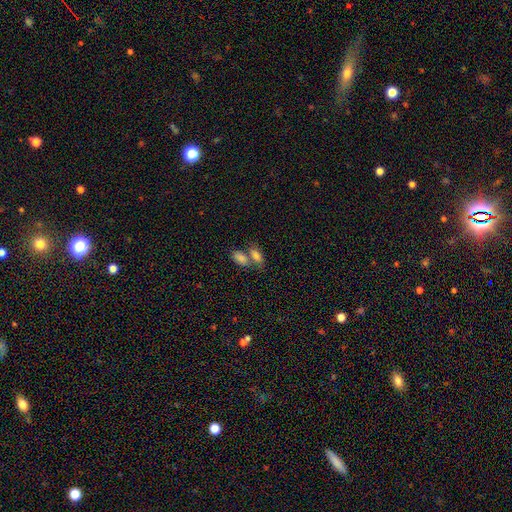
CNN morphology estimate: Smooth or featured: smooth — 80% (featured or disk — 12%)
How rounded: in between — 87% (cigar-shaped — 8%)
Merging: merger — 52% (none — 35%)